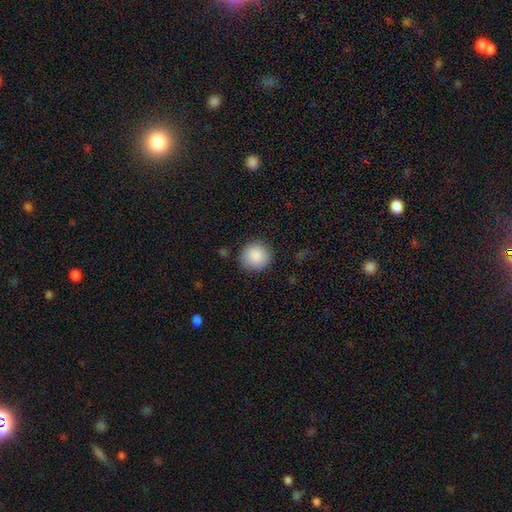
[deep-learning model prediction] smooth_or_featured: smooth (p=0.88) [alt: star or artifact p=0.07]
how_rounded: round (p=0.92) [alt: in between p=0.07]
merging: none (p=0.87) [alt: minor disturbance p=0.09]